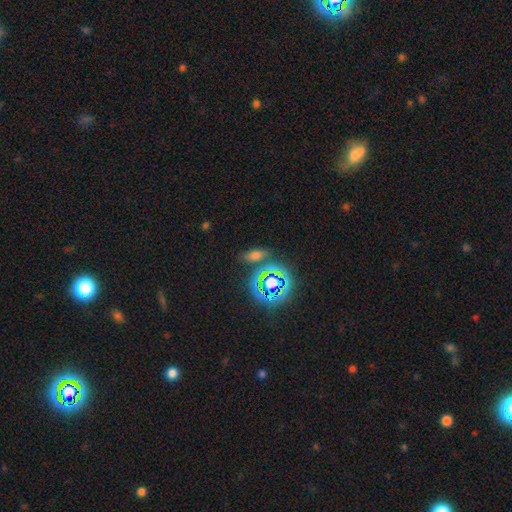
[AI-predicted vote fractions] This is possibly a smooth galaxy (52%). How rounded: likely in between (70%). Merging: likely none (73%).